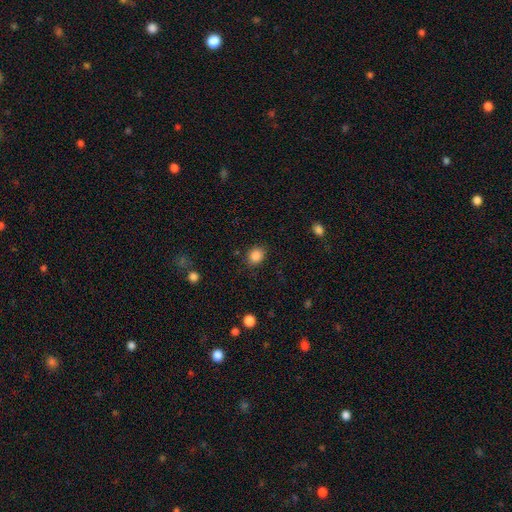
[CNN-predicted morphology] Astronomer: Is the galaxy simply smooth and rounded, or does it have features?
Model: smooth — 86%.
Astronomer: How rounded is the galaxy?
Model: round — 65%.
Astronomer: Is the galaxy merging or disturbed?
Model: none — 84%.